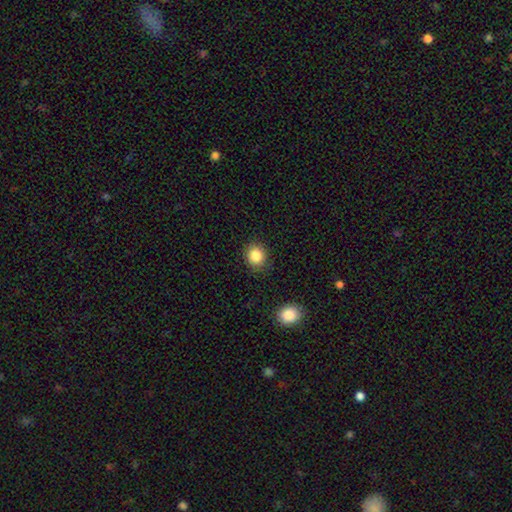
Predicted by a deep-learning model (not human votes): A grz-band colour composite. It shows a smooth galaxy with no disk features (85%) that is round (81%). Merging: none (87%).